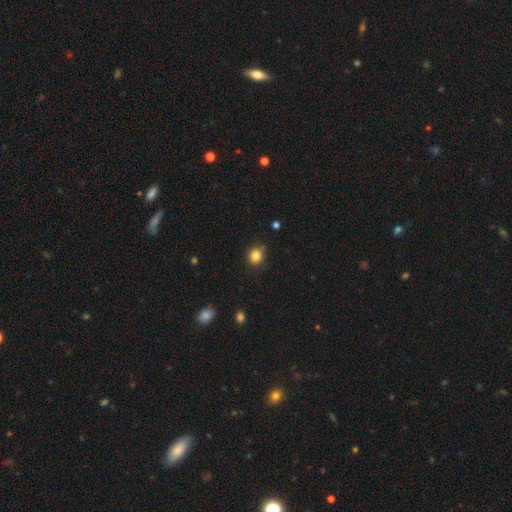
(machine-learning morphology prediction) A smooth galaxy with no disk features (84%) that is round (77%). Merging: none (81%).